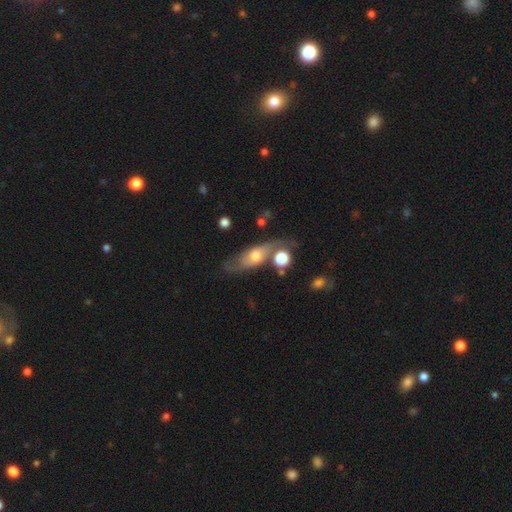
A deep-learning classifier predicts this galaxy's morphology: smooth-or-featured: featured or disk: 48% | smooth: 45% | star or artifact: 7%
  merging: none: 52% | minor disturbance: 23% | merger: 14% | major disturbance: 12%